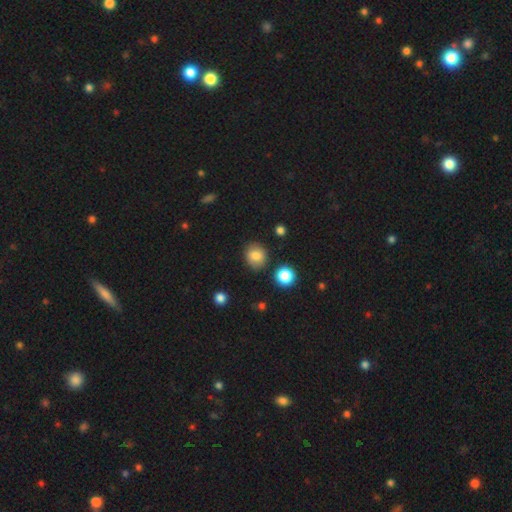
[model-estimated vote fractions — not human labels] Morphology: type=smooth (83%); roundness=round (73%); merging=none (84%).